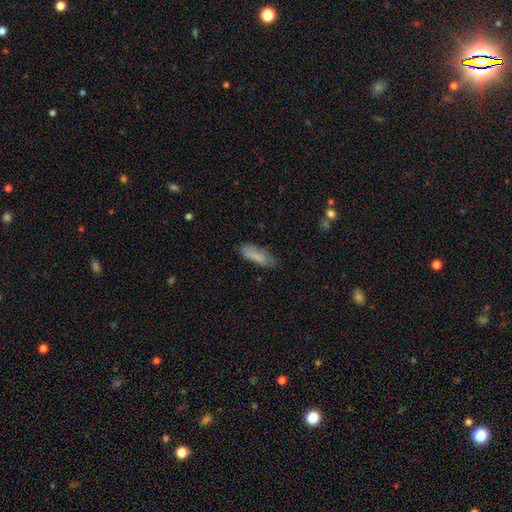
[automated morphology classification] The model was most divided on "how rounded": in between: 59%, cigar-shaped: 39%, round: 2%. More confident: smooth or featured — smooth (79%); merging — none (58%).